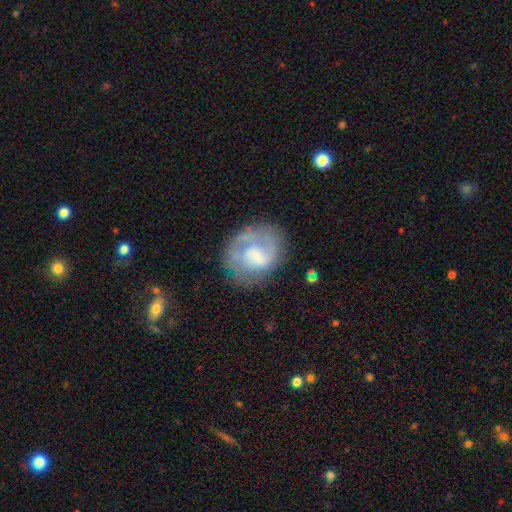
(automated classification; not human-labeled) smooth-or-featured: featured or disk: 52% | smooth: 40% | star or artifact: 8%
  disk-edge-on: no: 97% | yes: 3%
    bar: no: 51% | weak: 38% | strong: 11%
    has-spiral-arms: yes: 56% | no: 44%
    bulge-size: moderate: 30% | none: 27% | small: 20% | large: 19% | dominant: 3%
  merging: none: 57% | minor disturbance: 23% | major disturbance: 17% | merger: 3%